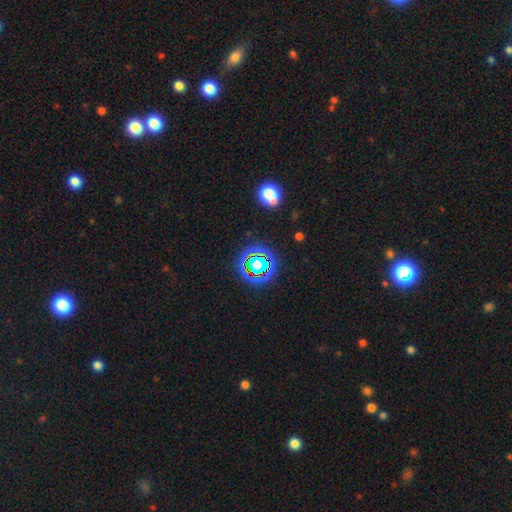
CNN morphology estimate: star or artifact 75%, smooth 16%, featured or disk 9%.